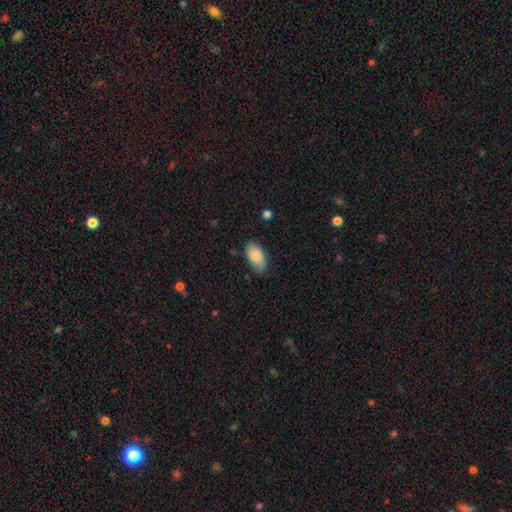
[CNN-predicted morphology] Smooth or featured? smooth (81%)
How rounded? in between (95%)
Merging? none (77%)